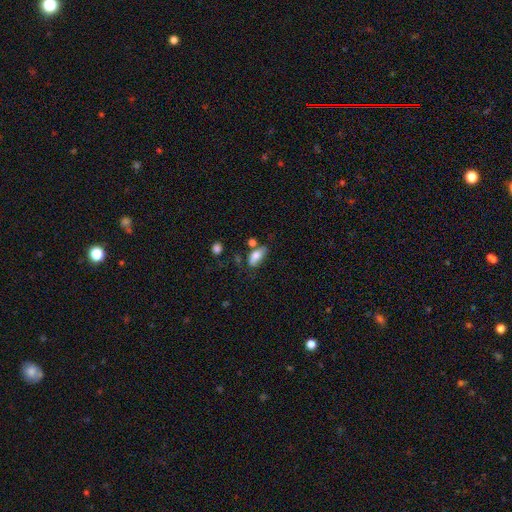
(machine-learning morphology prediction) This appears to be a smooth galaxy with no disk features (74%) that is in between round and cigar-shaped (88%). Merging: none (47%).